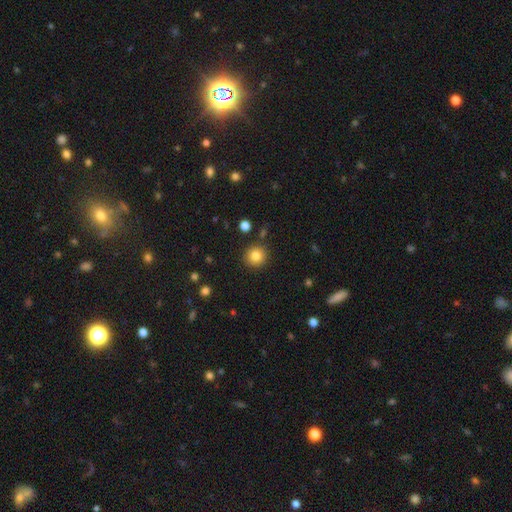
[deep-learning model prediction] Smooth or featured?
  - smooth: 84% *
  - star or artifact: 10%
  - featured or disk: 6%
How rounded?
  - round: 93% *
  - in between: 6%
  - cigar-shaped: 1%
Merging?
  - none: 89% *
  - minor disturbance: 6%
  - merger: 3%
  - major disturbance: 2%